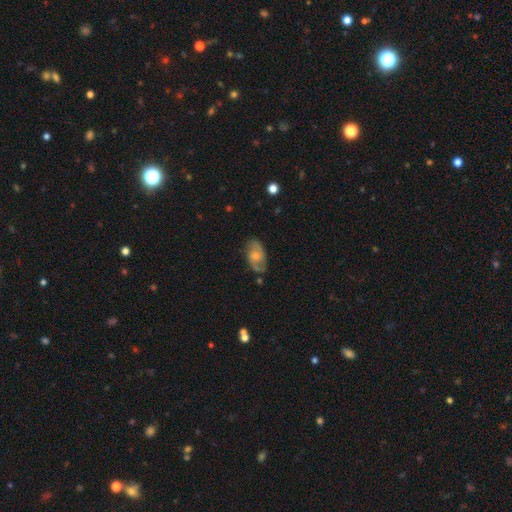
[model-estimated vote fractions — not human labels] Smooth or featured: featured or disk — 52% (smooth — 40%)
Edge-on disk: no — 94% (yes — 6%)
Merging: none — 67% (minor disturbance — 23%)